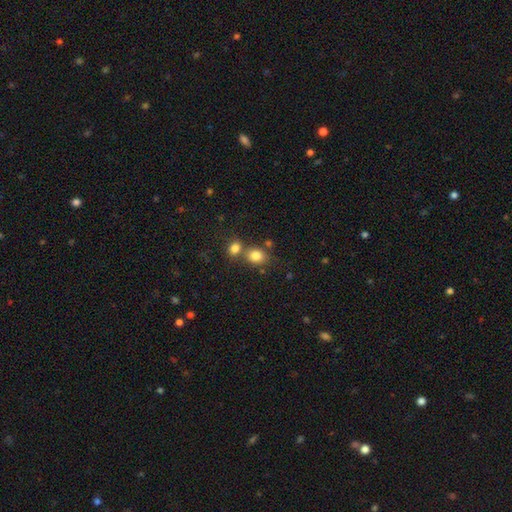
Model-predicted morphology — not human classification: Overall: smooth (81%). How rounded: round (59%; in between 40%). Merging: none (52%; merger 35%).